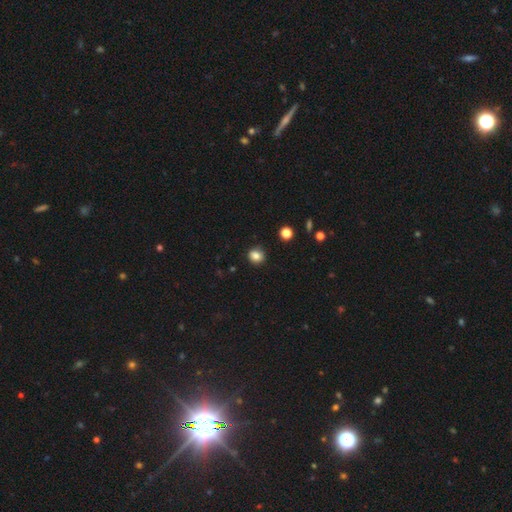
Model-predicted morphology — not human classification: Smooth or featured: smooth — 82% (star or artifact — 11%)
How rounded: round — 83% (in between — 16%)
Merging: none — 87% (minor disturbance — 9%)